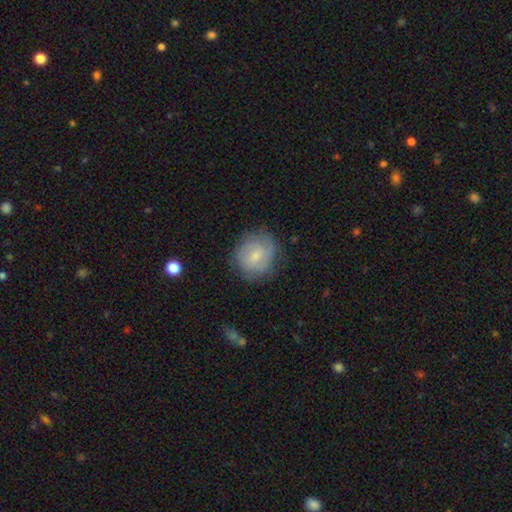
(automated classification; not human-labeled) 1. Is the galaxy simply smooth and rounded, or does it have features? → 64% smooth, 28% featured or disk, 7% star or artifact.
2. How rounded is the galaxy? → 80% round, 19% in between, 1% cigar-shaped.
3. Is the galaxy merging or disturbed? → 74% none, 18% minor disturbance, 6% major disturbance, 1% merger.